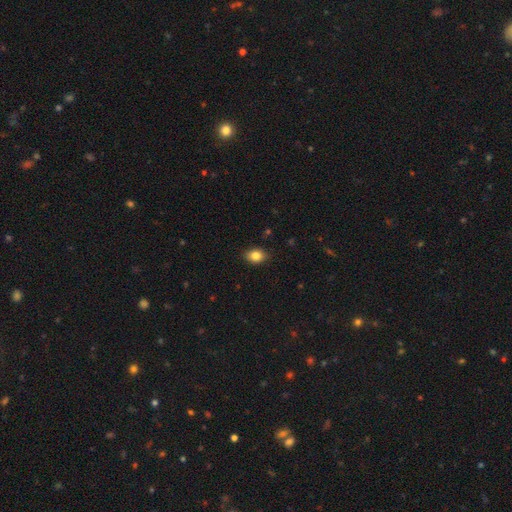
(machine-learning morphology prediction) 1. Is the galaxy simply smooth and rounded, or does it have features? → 85% smooth, 9% star or artifact, 6% featured or disk.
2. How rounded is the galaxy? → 75% in between, 23% round, 1% cigar-shaped.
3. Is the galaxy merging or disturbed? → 86% none, 11% minor disturbance, 2% major disturbance, 1% merger.